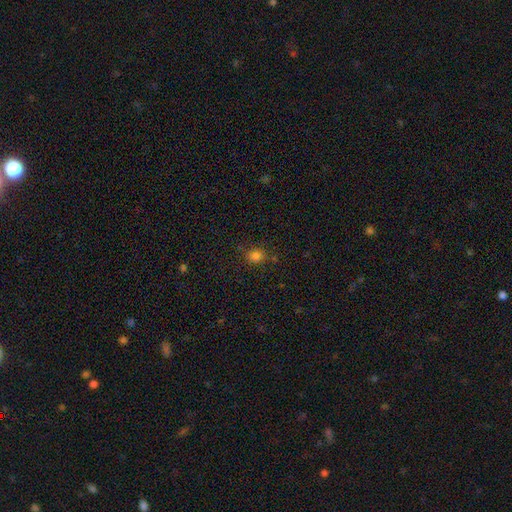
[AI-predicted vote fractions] Overall: smooth (79%). How rounded: round (70%). Merging: none (78%).